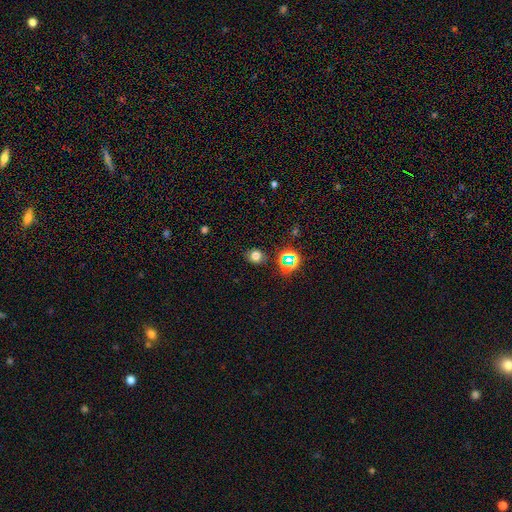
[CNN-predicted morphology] This appears to be a smooth galaxy with no disk features (70%) that is round (72%). Merging: none (84%).